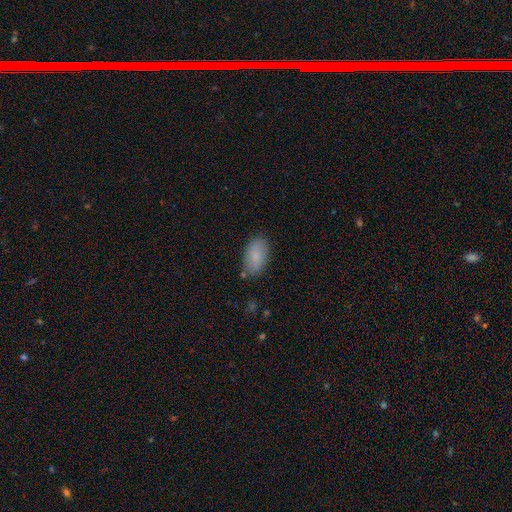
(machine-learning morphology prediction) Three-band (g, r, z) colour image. It shows a smooth galaxy with no disk features (84%) that is in between round and cigar-shaped (93%). Merging: none (80%).